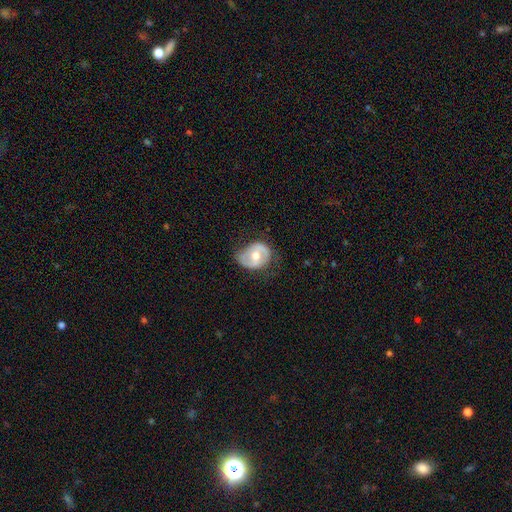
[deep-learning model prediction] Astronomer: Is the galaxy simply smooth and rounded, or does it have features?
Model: featured or disk — 63%.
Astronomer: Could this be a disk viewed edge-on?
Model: no — 96%.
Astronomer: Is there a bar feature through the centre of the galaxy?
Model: no — 43% (runner-up: weak, 38%).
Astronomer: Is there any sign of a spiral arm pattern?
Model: yes — 66%.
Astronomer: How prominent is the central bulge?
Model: moderate — 73%.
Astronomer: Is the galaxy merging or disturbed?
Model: none — 65%.